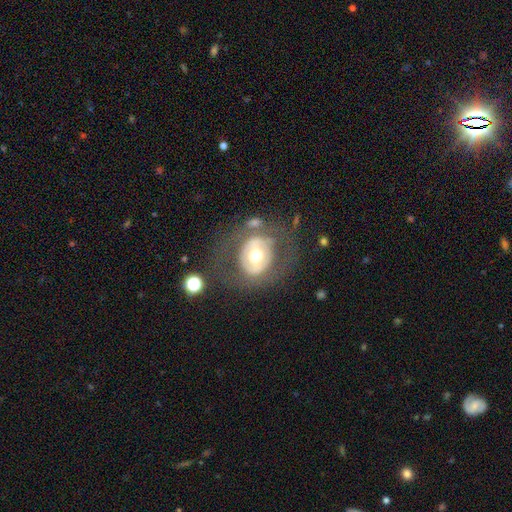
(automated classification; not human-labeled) featured or disk 56%, smooth 37%, star or artifact 8%. Down the decision tree: edge-on disk — no (95%); bar — no (71%); spiral arms — no (83%); bulge size — moderate (69%); merging — none (65%).